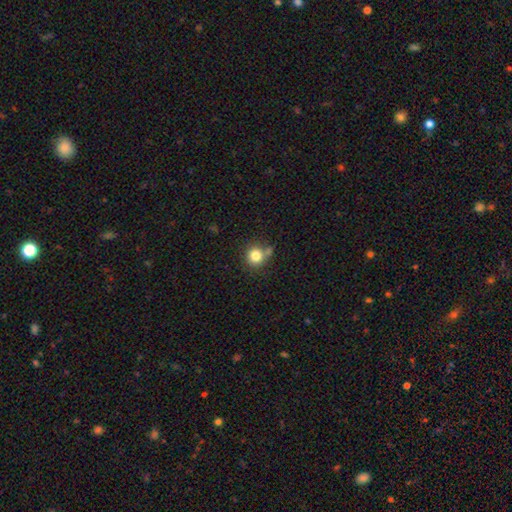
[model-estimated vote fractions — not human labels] Smooth or featured: smooth — 81% (star or artifact — 11%)
How rounded: round — 90% (in between — 9%)
Merging: none — 65% (merger — 17%)